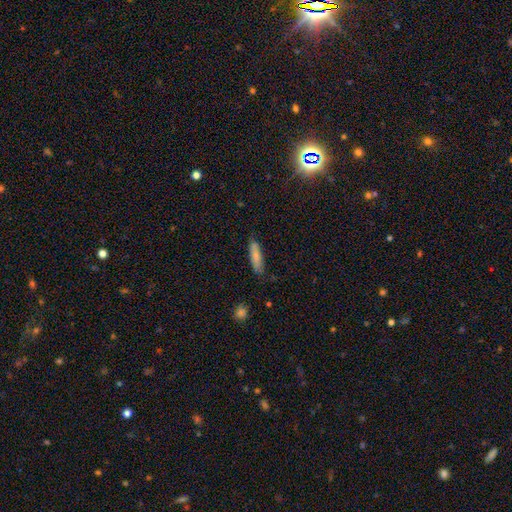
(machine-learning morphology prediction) Smooth or featured? Predicted: smooth (p=0.81). How rounded? Predicted: cigar-shaped (p=0.70). Merging? Predicted: none (p=0.75).